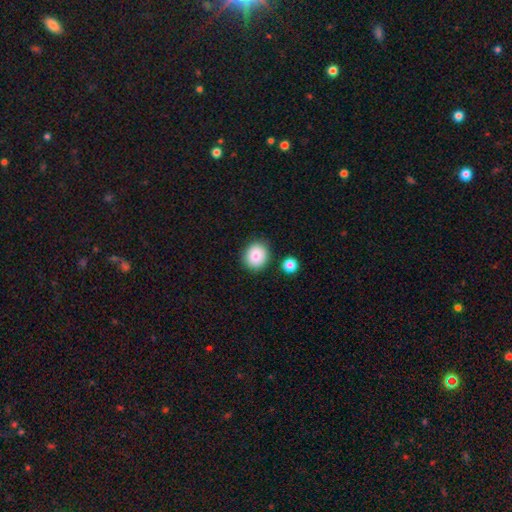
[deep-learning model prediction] smooth 83%, star or artifact 9%, featured or disk 8%. Down the decision tree: how rounded — round (84%); merging — none (86%).